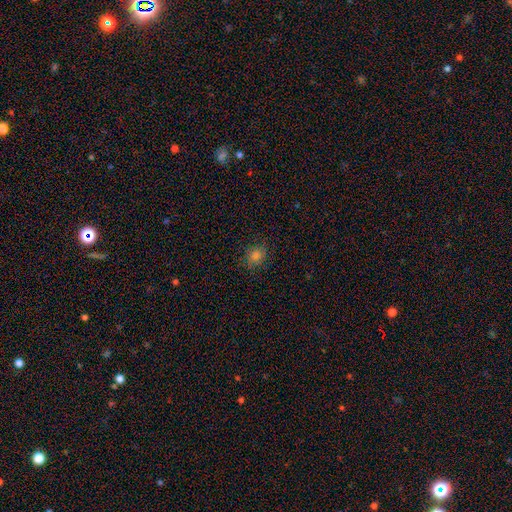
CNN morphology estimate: Q: Smooth or featured?
A: smooth (68%); runner-up: star or artifact (20%)
Q: How rounded?
A: round (66%); runner-up: in between (33%)
Q: Merging?
A: none (83%); runner-up: minor disturbance (13%)